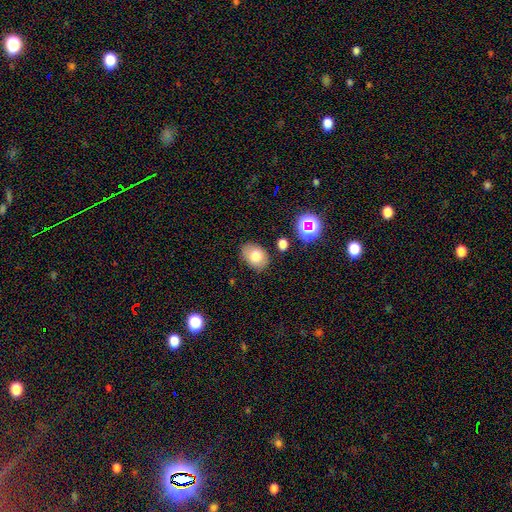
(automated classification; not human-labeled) This is likely a smooth galaxy (76%). How rounded: likely in between (72%). Merging: clearly none (81%).